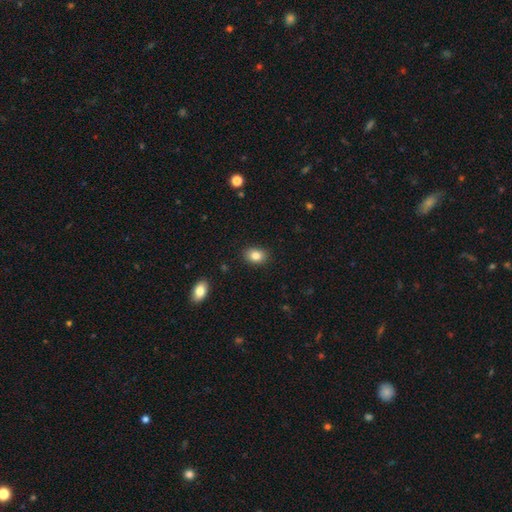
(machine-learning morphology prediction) Overall: smooth (83%). How rounded: in between (71%). Merging: none (88%).